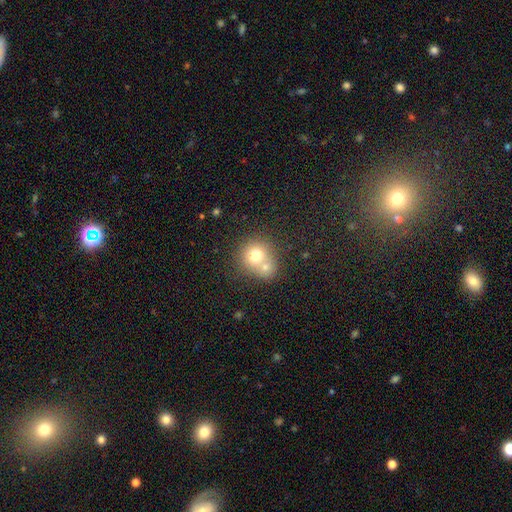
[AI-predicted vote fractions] This appears to be a smooth galaxy with no disk features (71%) that is round (82%). Merging: merger (55%).